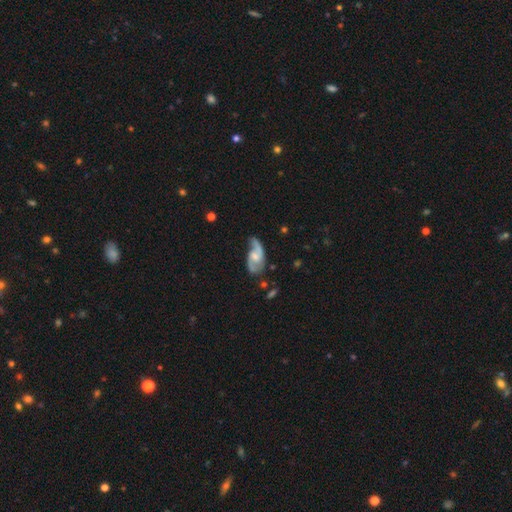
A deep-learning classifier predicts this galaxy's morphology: smooth-or-featured: featured or disk: 79% | smooth: 15% | star or artifact: 6%
  disk-edge-on: no: 96% | yes: 4%
    bar: no: 47% | weak: 44% | strong: 9%
    has-spiral-arms: yes: 94% | no: 6%
      spiral-winding: loose: 44% | medium: 42% | tight: 14%
      spiral-arm-count: 2: 83% | 1: 8% | can't tell: 5% | 3: 1% | 4: 1% | more than 4: 1%
    bulge-size: moderate: 43% | small: 37% | none: 13% | large: 6% | dominant: 1%
  merging: none: 53% | minor disturbance: 27% | major disturbance: 16% | merger: 5%